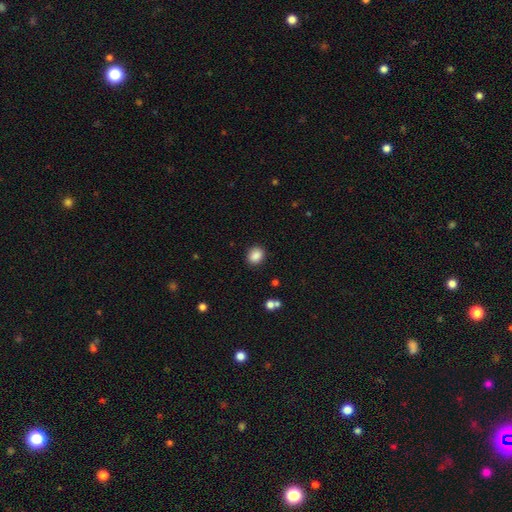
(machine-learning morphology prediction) This appears to be a smooth galaxy with no disk features (88%) that is round (65%). Merging: none (90%).